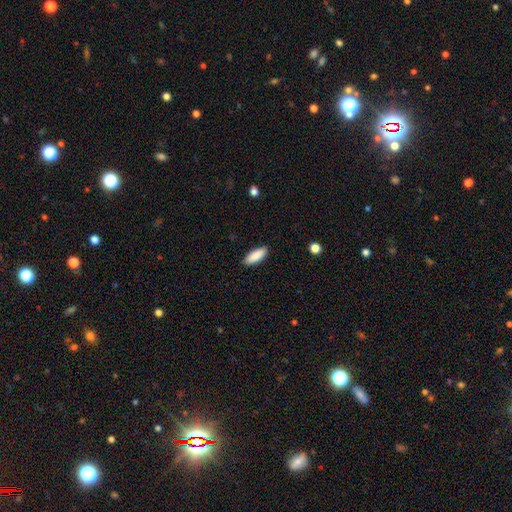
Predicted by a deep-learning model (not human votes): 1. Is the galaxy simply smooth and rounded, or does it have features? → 87% smooth, 7% featured or disk, 6% star or artifact.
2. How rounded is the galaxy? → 71% in between, 27% cigar-shaped, 2% round.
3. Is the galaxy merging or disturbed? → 89% none, 8% minor disturbance, 2% major disturbance, 1% merger.